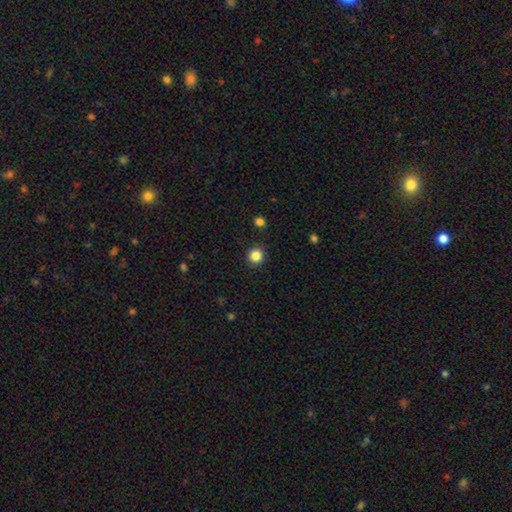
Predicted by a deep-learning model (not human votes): This is clearly a smooth galaxy (85%). How rounded: clearly round (94%). Merging: clearly none (92%).